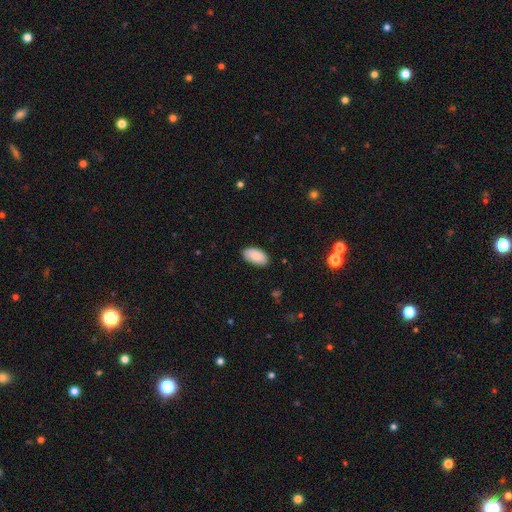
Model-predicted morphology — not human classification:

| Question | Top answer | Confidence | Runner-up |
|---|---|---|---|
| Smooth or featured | smooth | 90% | star or artifact (6%) |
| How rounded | in between | 96% | round (2%) |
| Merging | none | 85% | minor disturbance (12%) |